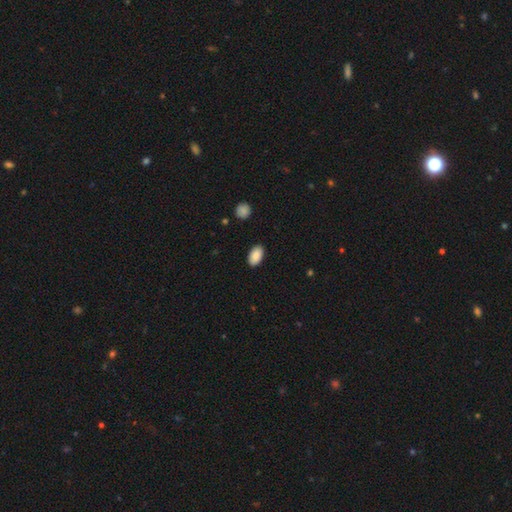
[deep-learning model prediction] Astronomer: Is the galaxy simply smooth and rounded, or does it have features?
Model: smooth — 89%.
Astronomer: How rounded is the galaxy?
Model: in between — 94%.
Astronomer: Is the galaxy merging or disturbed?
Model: none — 89%.